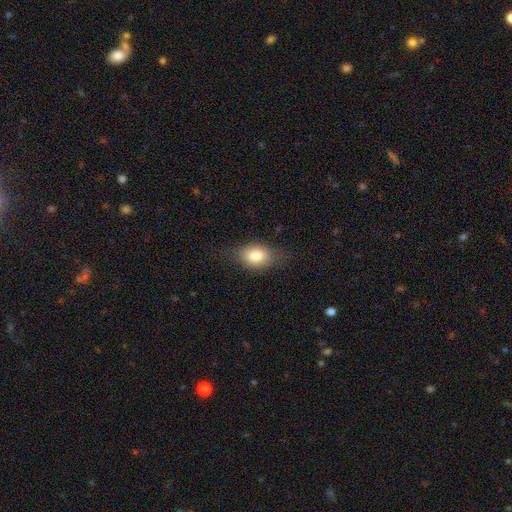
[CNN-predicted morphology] smooth_or_featured: smooth (p=0.79) [alt: featured or disk p=0.12]
how_rounded: in between (p=0.74) [alt: round p=0.24]
merging: none (p=0.72) [alt: minor disturbance p=0.20]